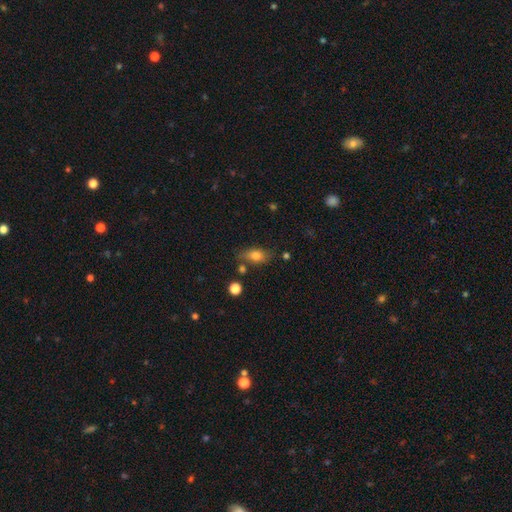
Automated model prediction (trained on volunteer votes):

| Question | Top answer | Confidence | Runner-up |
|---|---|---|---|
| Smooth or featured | smooth | 75% | featured or disk (15%) |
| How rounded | in between | 82% | round (10%) |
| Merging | none | 70% | minor disturbance (17%) |